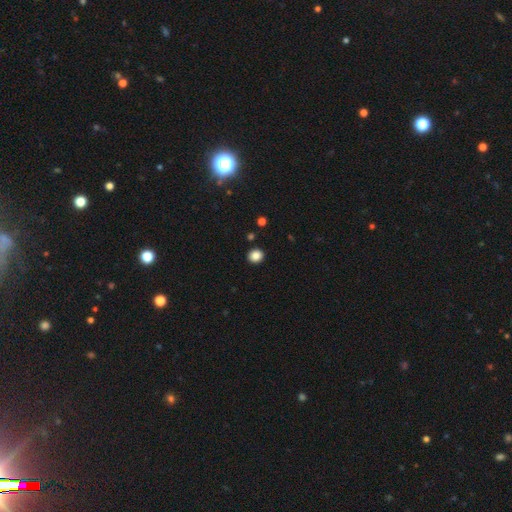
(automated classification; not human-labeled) A smooth galaxy with no disk features (86%) that is round (86%). Merging: none (92%).